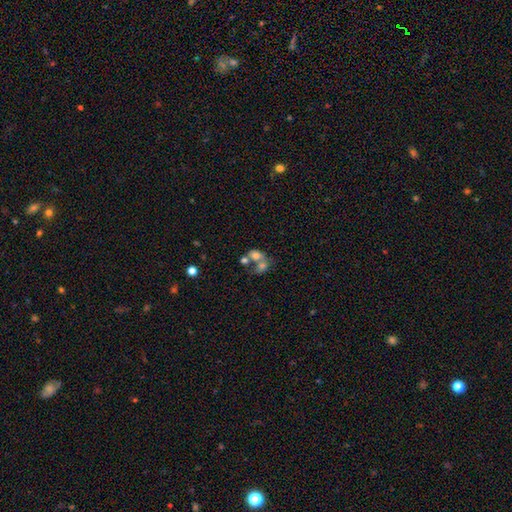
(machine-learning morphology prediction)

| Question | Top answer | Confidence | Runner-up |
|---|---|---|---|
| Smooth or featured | smooth | 62% | featured or disk (25%) |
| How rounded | in between | 56% | round (43%) |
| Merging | merger | 66% | none (18%) |